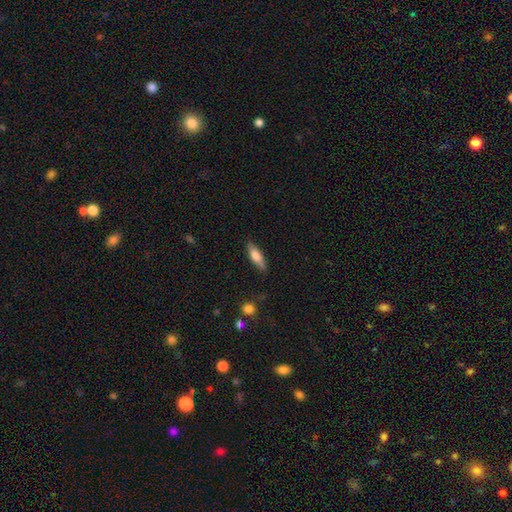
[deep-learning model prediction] Smooth or featured?
  - smooth: 72% *
  - featured or disk: 22%
  - star or artifact: 6%
How rounded?
  - cigar-shaped: 55% *
  - in between: 43%
  - round: 2%
Merging?
  - none: 81% *
  - minor disturbance: 14%
  - major disturbance: 3%
  - merger: 2%